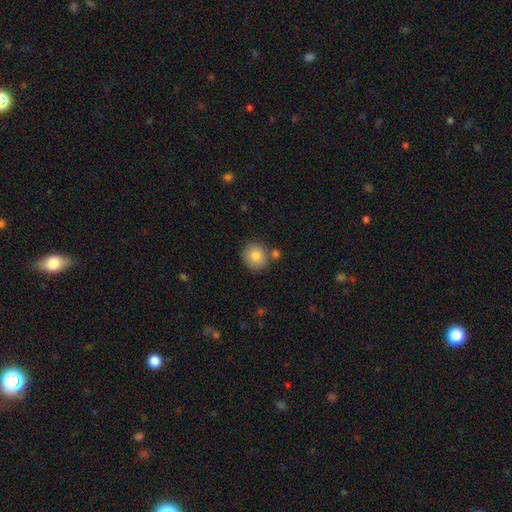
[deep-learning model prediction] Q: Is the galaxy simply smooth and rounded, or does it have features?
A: smooth — 82%.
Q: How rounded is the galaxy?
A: round — 83%.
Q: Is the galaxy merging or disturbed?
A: none — 75%.